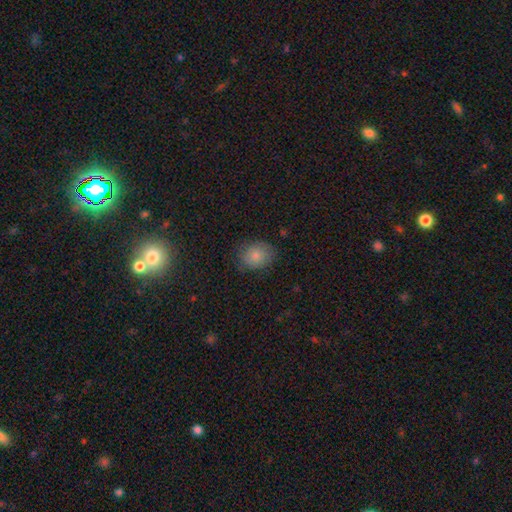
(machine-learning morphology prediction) Smooth or featured? smooth (80%)
How rounded? round (56%)
Merging? none (76%)